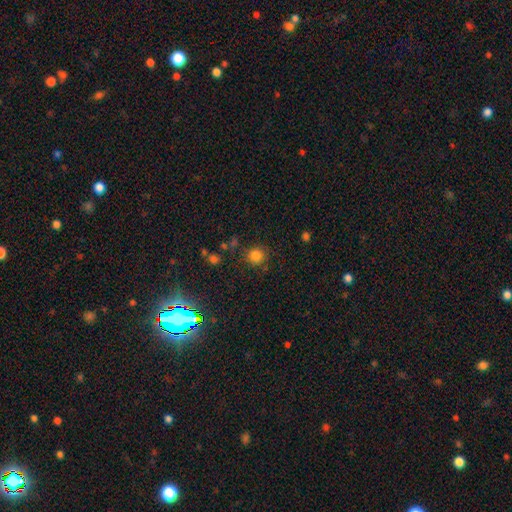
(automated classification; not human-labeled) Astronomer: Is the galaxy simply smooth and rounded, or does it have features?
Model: smooth — 81%.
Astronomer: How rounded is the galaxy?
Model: round — 90%.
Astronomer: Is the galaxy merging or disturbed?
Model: none — 81%.